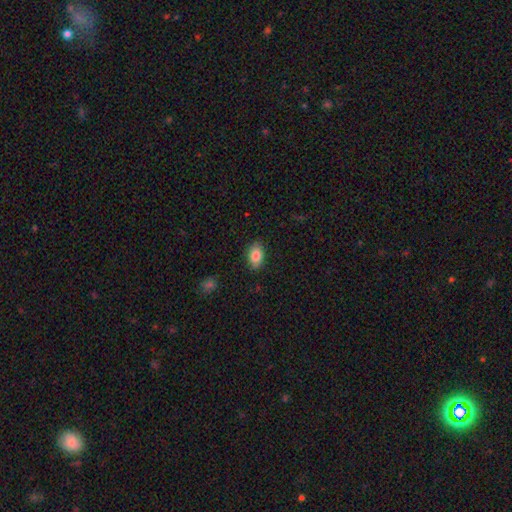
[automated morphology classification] A smooth galaxy with no disk features (84%) that is in between round and cigar-shaped (88%).

Vote fractions:
- Smooth or featured? smooth: 84% / featured or disk: 8% / star or artifact: 8%
- How rounded? in between: 88% / round: 11% / cigar-shaped: 2%
- Merging? none: 86% / minor disturbance: 10% / major disturbance: 2% / merger: 1%